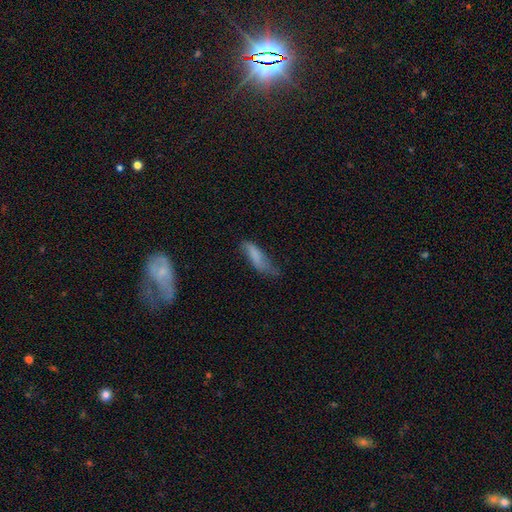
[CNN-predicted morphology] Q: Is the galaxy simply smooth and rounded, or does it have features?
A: smooth — 71%.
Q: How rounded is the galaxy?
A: cigar-shaped — 51%.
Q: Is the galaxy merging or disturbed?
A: none — 38%.